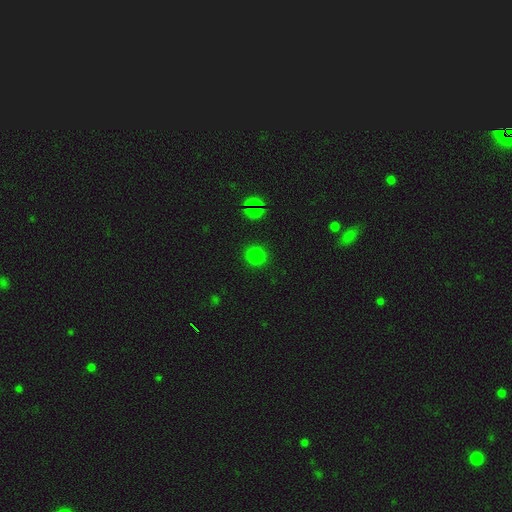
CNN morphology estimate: smooth_or_featured: smooth (p=0.79) [alt: star or artifact p=0.17]
how_rounded: round (p=0.87) [alt: in between p=0.12]
merging: none (p=0.90) [alt: minor disturbance p=0.06]